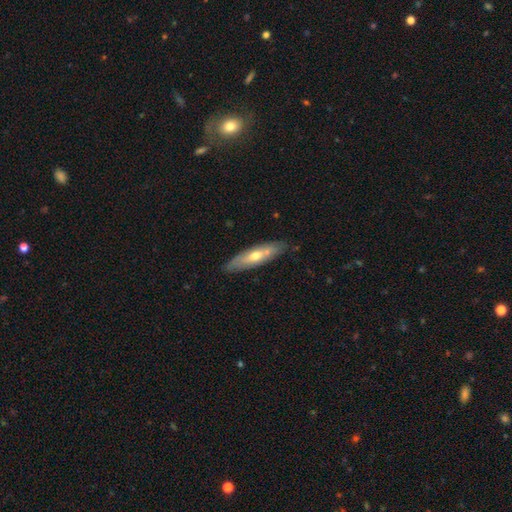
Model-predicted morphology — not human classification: type=smooth (48%); merging=none (79%).